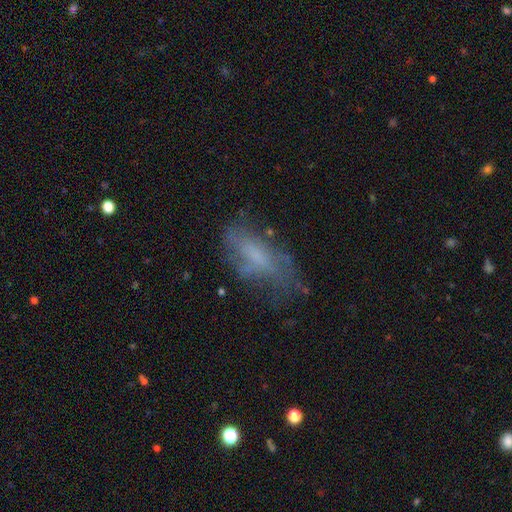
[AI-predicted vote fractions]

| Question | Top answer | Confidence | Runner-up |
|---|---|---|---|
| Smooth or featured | smooth | 47% | featured or disk (41%) |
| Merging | none | 49% | minor disturbance (27%) |